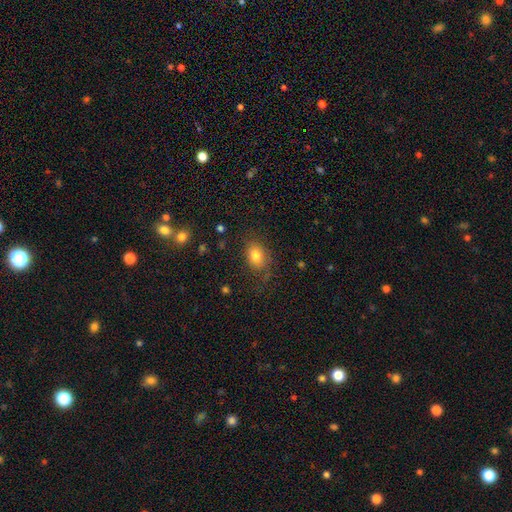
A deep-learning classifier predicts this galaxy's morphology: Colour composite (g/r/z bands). It shows a smooth galaxy with no disk features (80%) that is in between round and cigar-shaped (74%). Merging: none (67%).